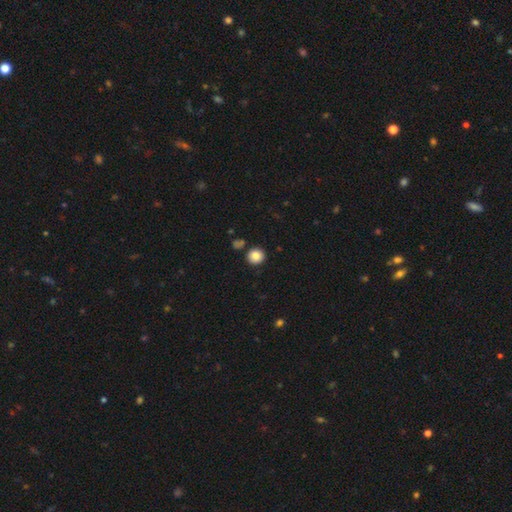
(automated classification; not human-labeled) The model was most divided on "smooth or featured": smooth: 84%, star or artifact: 10%, featured or disk: 6%. More confident: how rounded — round (91%); merging — none (87%).